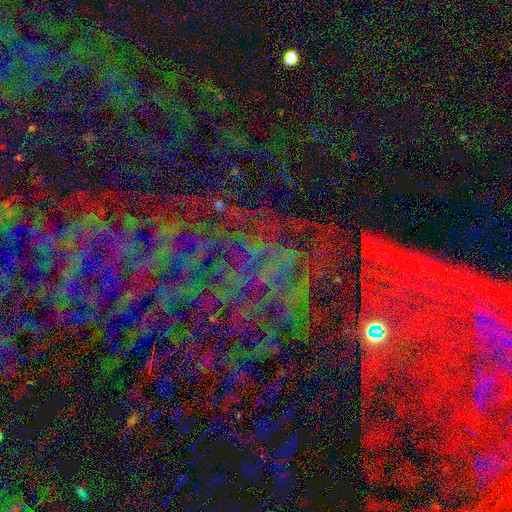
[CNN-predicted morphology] Q: Smooth or featured?
A: star or artifact (81%); runner-up: featured or disk (10%)